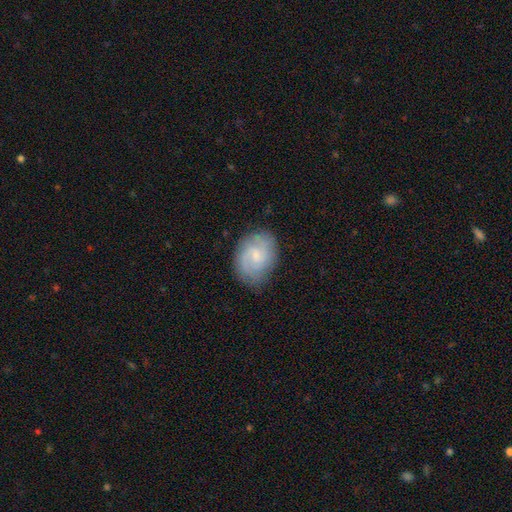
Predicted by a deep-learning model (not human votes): The model was most divided on "bar": weak: 49%, no: 45%, strong: 6%. Remaining: edge-on disk — no (97%); spiral arms — yes (90%); merging — none (78%); bulge size — small (62%); smooth or featured — featured or disk (59%); spiral arm count — 2 (54%); spiral winding — medium (44%).